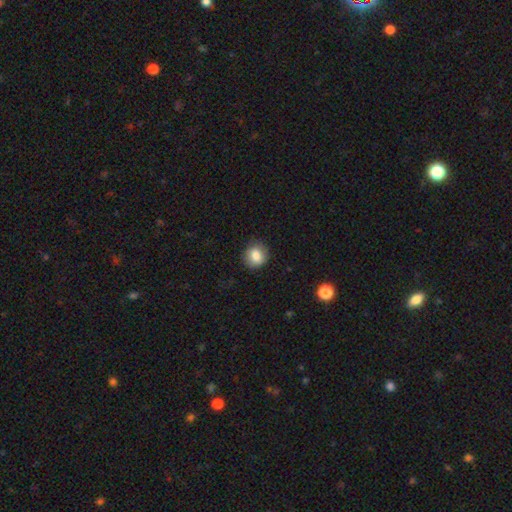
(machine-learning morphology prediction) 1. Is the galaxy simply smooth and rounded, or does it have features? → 82% smooth, 9% star or artifact, 9% featured or disk.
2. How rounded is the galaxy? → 81% round, 18% in between, 1% cigar-shaped.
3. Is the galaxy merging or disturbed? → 85% none, 11% minor disturbance, 3% major disturbance, 1% merger.